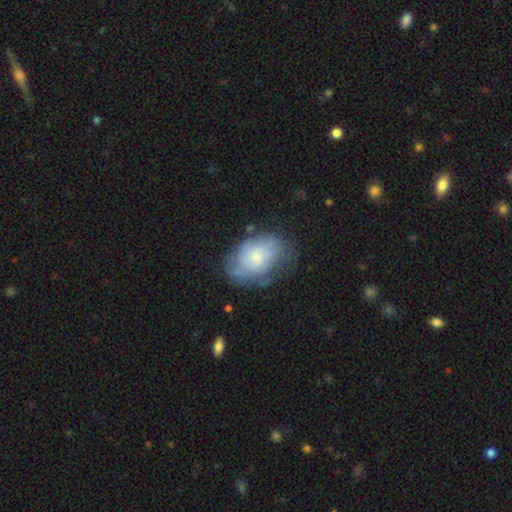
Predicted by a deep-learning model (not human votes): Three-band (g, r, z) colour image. It shows a featured or disk galaxy (46%, tied with smooth). Merging: none (57%).